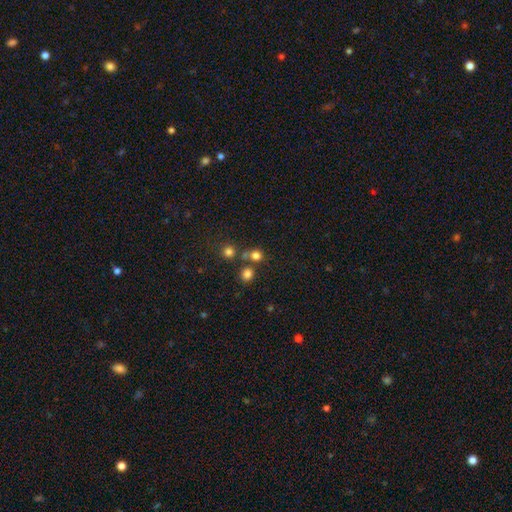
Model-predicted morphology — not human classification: smooth 77%, star or artifact 17%, featured or disk 6%. Down the decision tree: how rounded — round (86%); merging — none (66%).